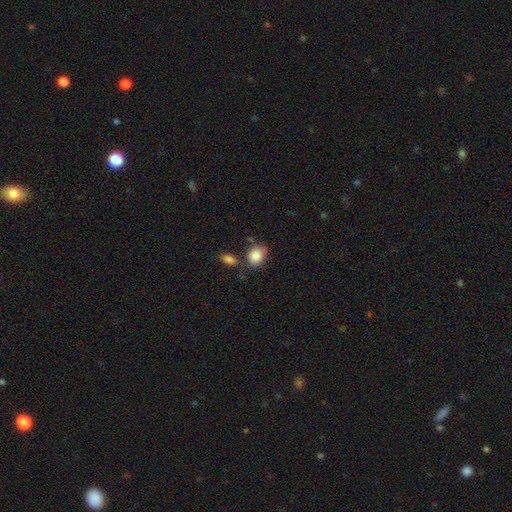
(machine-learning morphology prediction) smooth 87%, star or artifact 8%, featured or disk 6%. Down the decision tree: how rounded — in between (60%); merging — none (66%).